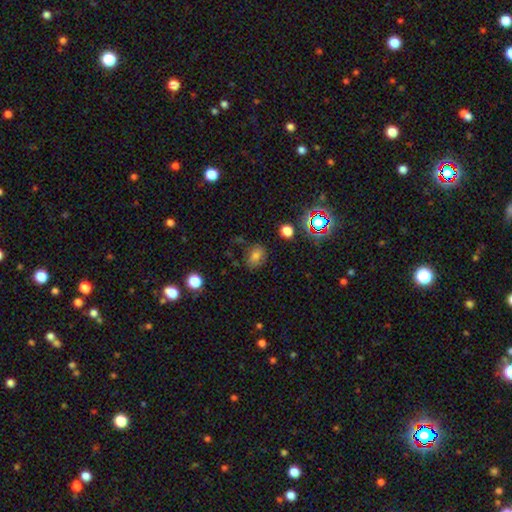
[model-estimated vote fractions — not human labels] This is likely a smooth galaxy (73%). How rounded: likely in between (70%). Merging: likely none (71%).